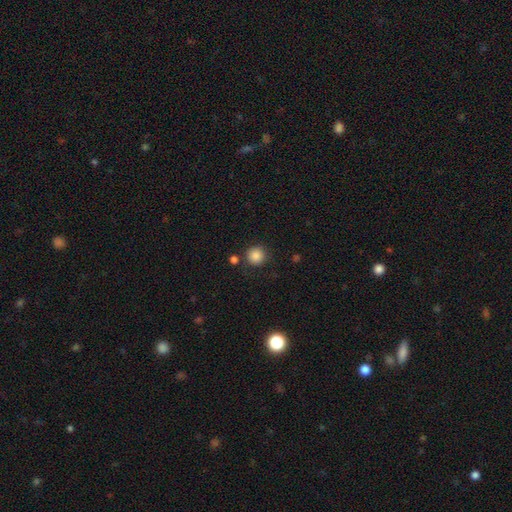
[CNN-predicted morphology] Q: Smooth or featured?
A: smooth (86%); runner-up: star or artifact (10%)
Q: How rounded?
A: round (94%); runner-up: in between (5%)
Q: Merging?
A: none (83%); runner-up: minor disturbance (9%)